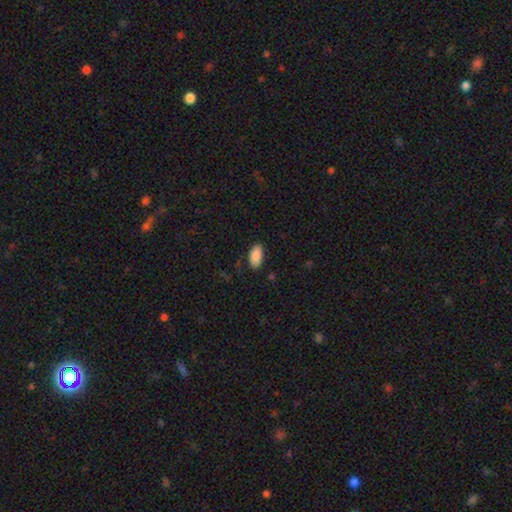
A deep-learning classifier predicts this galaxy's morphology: Smooth or featured?
  - smooth: 89% *
  - star or artifact: 7%
  - featured or disk: 4%
How rounded?
  - in between: 94% *
  - cigar-shaped: 4%
  - round: 2%
Merging?
  - none: 83% *
  - minor disturbance: 13%
  - major disturbance: 3%
  - merger: 1%